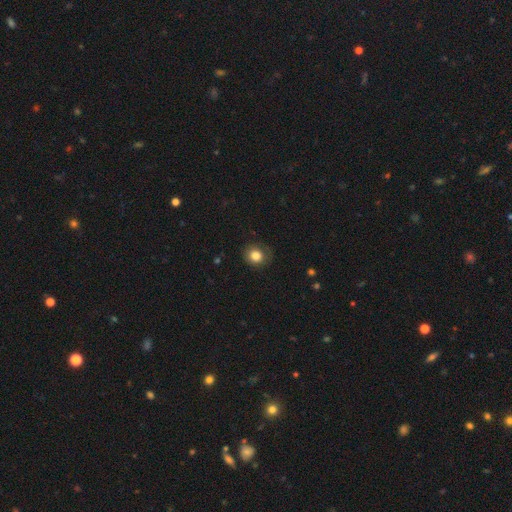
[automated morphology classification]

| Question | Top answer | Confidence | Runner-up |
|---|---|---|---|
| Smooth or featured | smooth | 82% | star or artifact (10%) |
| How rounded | round | 77% | in between (22%) |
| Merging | none | 76% | minor disturbance (17%) |